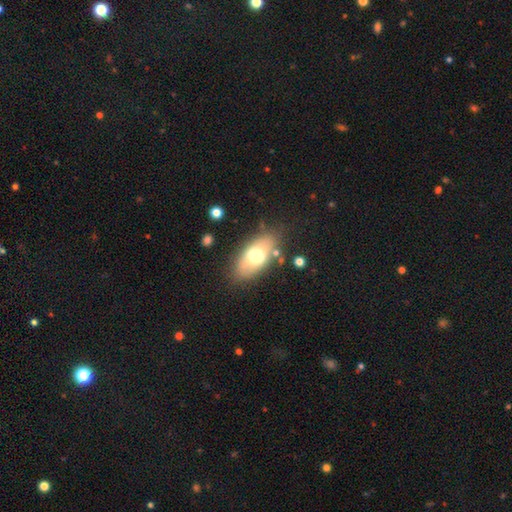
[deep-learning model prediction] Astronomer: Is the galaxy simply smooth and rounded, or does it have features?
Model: smooth — 60%.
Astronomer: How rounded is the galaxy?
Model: in between — 88%.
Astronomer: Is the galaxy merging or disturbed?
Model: none — 76%.